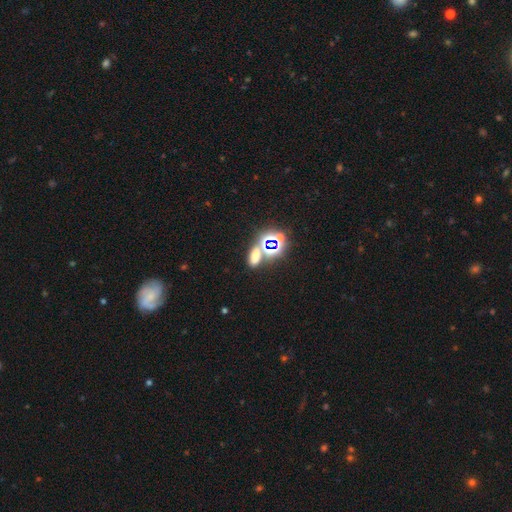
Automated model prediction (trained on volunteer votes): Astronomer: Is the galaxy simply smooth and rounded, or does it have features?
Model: smooth — 52% (runner-up: star or artifact, 39%).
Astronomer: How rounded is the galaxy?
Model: in between — 76%.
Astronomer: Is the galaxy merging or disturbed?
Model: none — 62%.